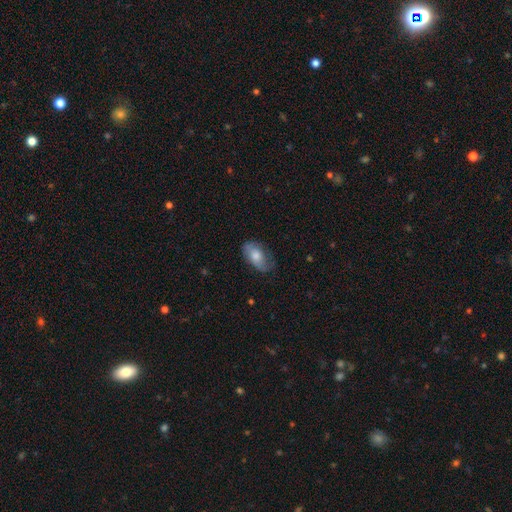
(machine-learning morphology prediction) smooth-or-featured: smooth: 66% | featured or disk: 28% | star or artifact: 7%
  how-rounded: in between: 92% | round: 6% | cigar-shaped: 3%
  merging: none: 66% | minor disturbance: 25% | major disturbance: 8% | merger: 1%